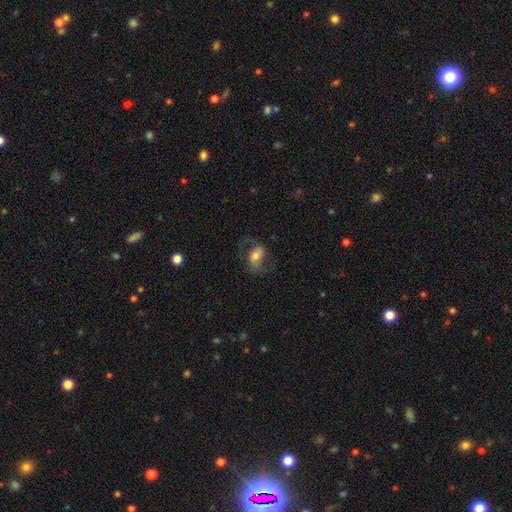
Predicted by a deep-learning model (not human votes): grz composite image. It shows a featured or disk galaxy (59%) with no bar (37%), spiral arms (82%) and a moderate central bulge (59%). Merging: none (63%).